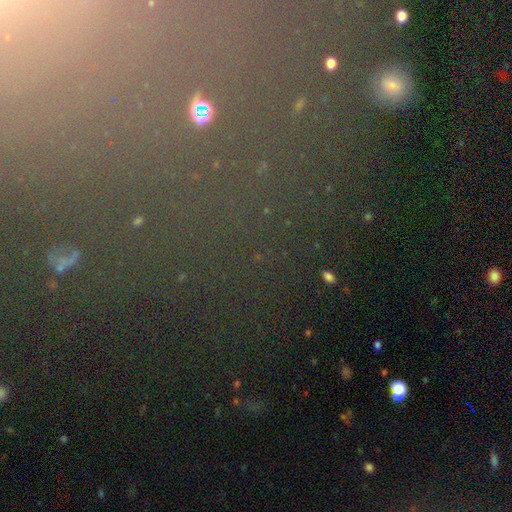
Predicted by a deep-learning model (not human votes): smooth-or-featured: star or artifact: 69% | smooth: 18% | featured or disk: 13%